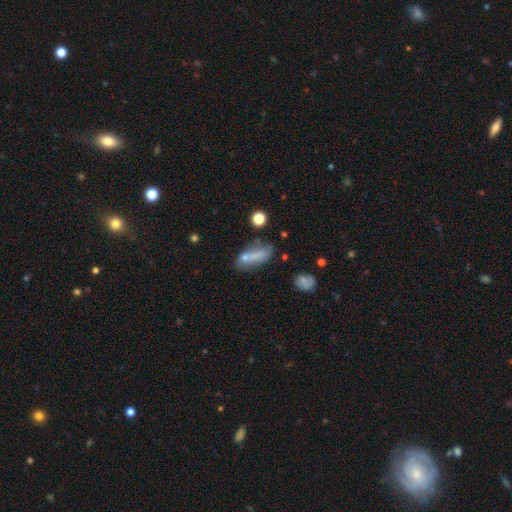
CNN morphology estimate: Smooth or featured: smooth — 66% (featured or disk — 23%)
How rounded: in between — 59% (cigar-shaped — 37%)
Merging: none — 45% (minor disturbance — 26%)